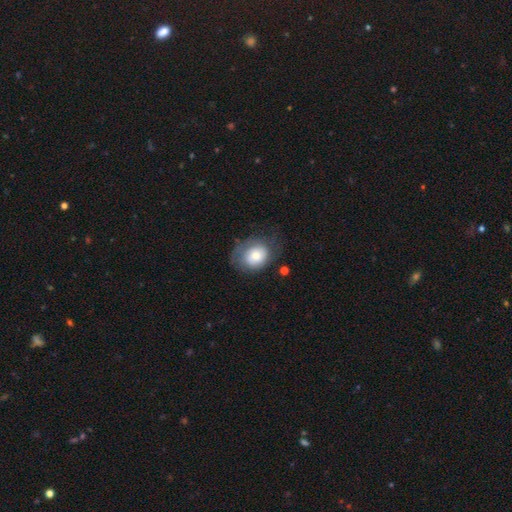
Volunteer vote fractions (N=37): smooth 81%, featured or disk 14%, star or artifact 5%. Down the decision tree: how rounded — round (60%); merging — none (54%).